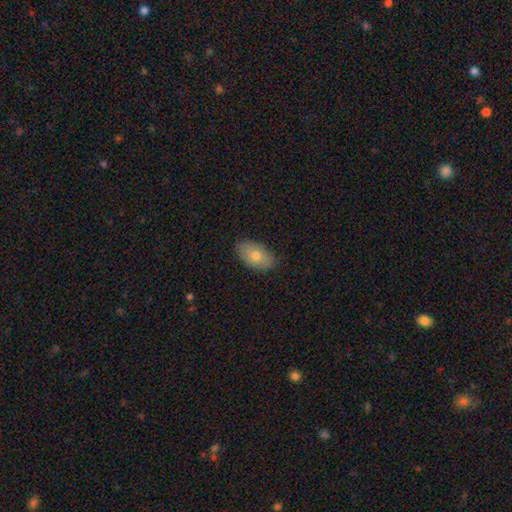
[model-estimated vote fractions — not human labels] smooth 74%, featured or disk 19%, star or artifact 7%. Down the decision tree: how rounded — in between (93%); merging — none (86%).